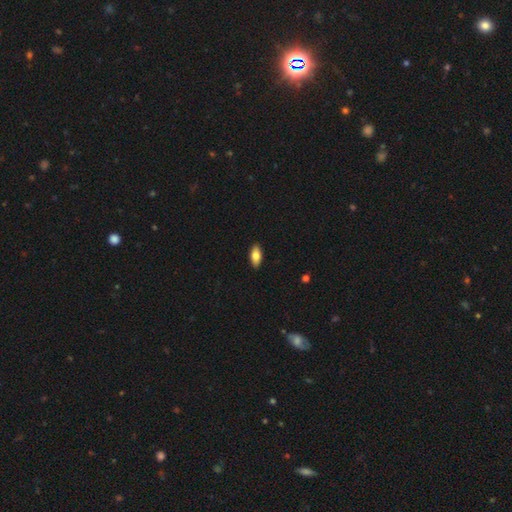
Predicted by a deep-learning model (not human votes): A smooth galaxy with no disk features (79%) that is in between round and cigar-shaped (88%). Merging: none (91%).